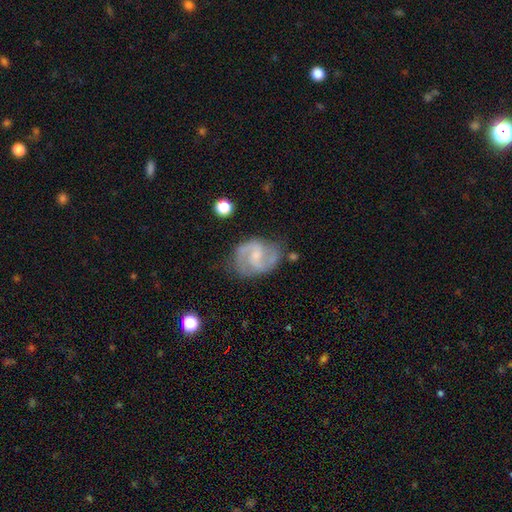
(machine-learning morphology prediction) This is clearly a featured or disk galaxy (82%). It is clearly not viewed edge-on (98%). Bar: possibly weak (54%). Spiral arm pattern: clearly yes (95%). Spiral arm count: clearly 2 (89%). Spiral winding: possibly medium (56%). Central bulge: possibly small (55%). Merging: likely none (69%).